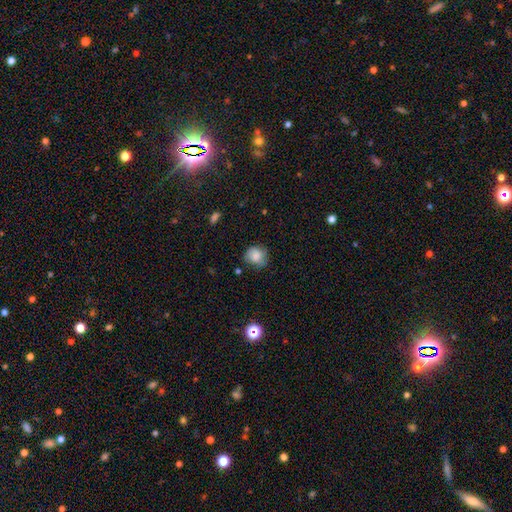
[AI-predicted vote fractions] Q: Smooth or featured?
A: smooth (73%); runner-up: featured or disk (18%)
Q: How rounded?
A: round (77%); runner-up: in between (22%)
Q: Merging?
A: none (65%); runner-up: minor disturbance (25%)